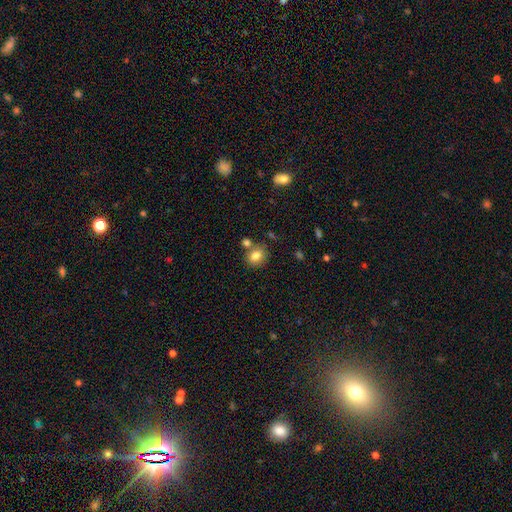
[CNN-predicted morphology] A smooth galaxy with no disk features (82%) that is round (57%).

Vote fractions:
- Smooth or featured? smooth: 82% / star or artifact: 10% / featured or disk: 8%
- How rounded? round: 57% / in between: 42% / cigar-shaped: 1%
- Merging? none: 67% / merger: 17% / minor disturbance: 12% / major disturbance: 3%